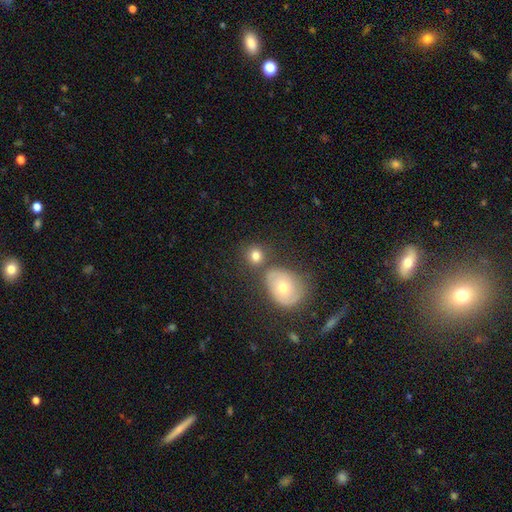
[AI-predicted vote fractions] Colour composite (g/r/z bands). It shows a smooth galaxy with no disk features (78%) that is round (76%). Merging: none (61%).